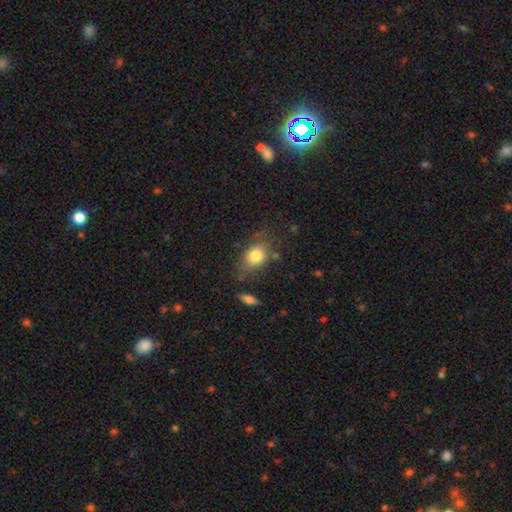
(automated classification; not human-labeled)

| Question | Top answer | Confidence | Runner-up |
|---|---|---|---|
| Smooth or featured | smooth | 79% | featured or disk (11%) |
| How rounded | in between | 65% | round (33%) |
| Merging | none | 66% | minor disturbance (21%) |